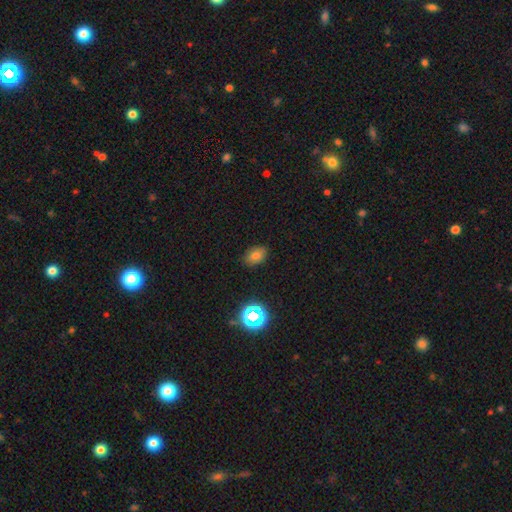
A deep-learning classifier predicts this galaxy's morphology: smooth_or_featured: smooth (p=0.74) [alt: star or artifact p=0.17]
how_rounded: in between (p=0.78) [alt: round p=0.21]
merging: none (p=0.85) [alt: minor disturbance p=0.11]